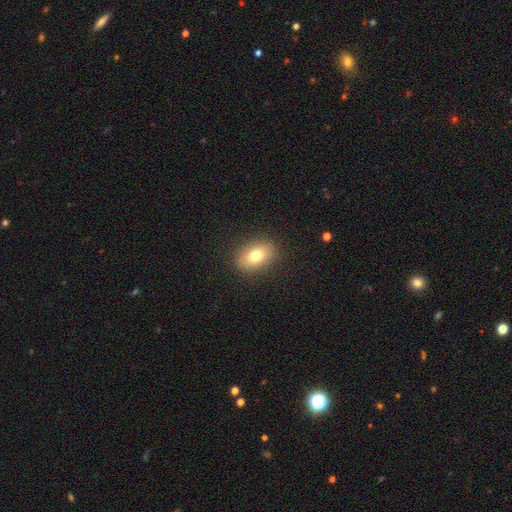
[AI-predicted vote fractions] smooth 75%, featured or disk 15%, star or artifact 10%. Down the decision tree: how rounded — in between (79%); merging — none (87%).